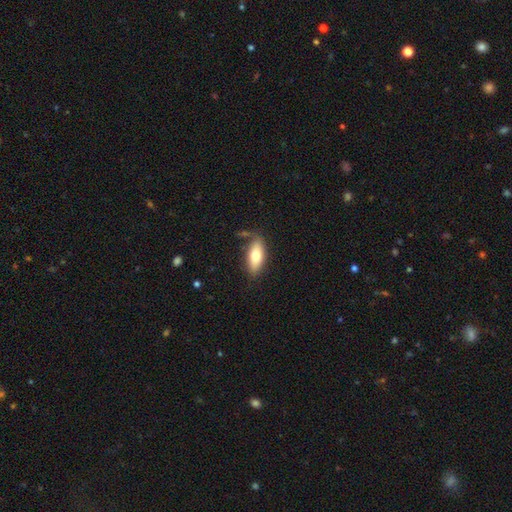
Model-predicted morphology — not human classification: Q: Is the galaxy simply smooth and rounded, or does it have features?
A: smooth — 75%.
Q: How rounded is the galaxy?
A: in between — 81%.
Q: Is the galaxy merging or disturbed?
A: none — 74%.